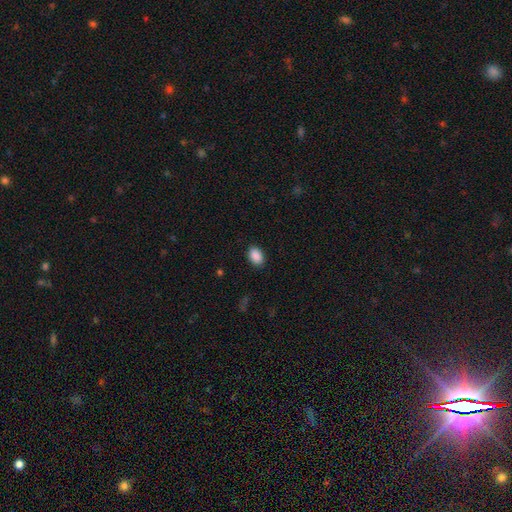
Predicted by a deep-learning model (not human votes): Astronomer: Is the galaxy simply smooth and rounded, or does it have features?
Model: smooth — 90%.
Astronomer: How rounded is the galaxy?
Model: in between — 84%.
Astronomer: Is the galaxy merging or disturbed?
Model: none — 88%.